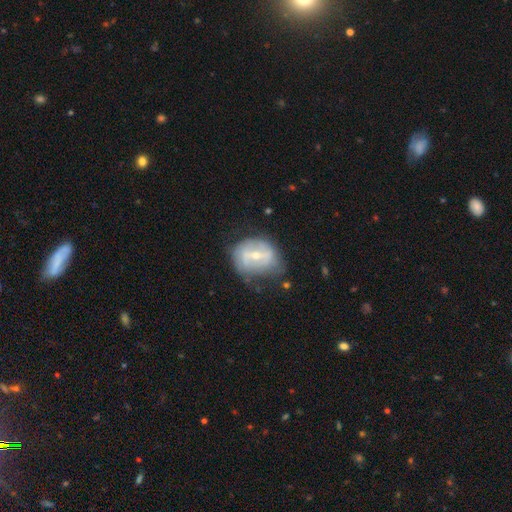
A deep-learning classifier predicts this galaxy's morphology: This is likely a featured or disk galaxy (68%). It is clearly not viewed edge-on (96%). Bar: marginally weak (44%). Spiral arm pattern: likely yes (61%). Central bulge: possibly small (55%). Merging: possibly none (55%).